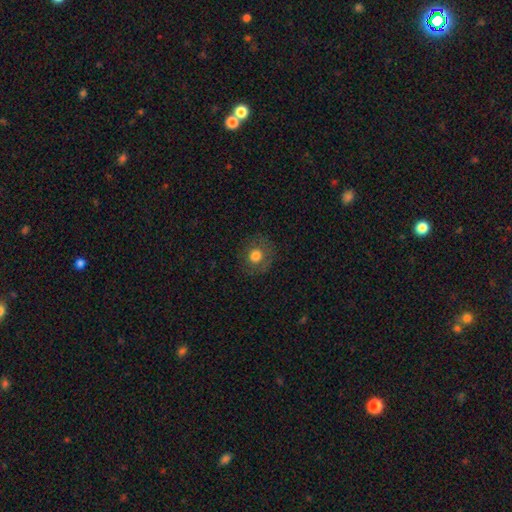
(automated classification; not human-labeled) This is likely a smooth galaxy (75%). How rounded: clearly round (85%). Merging: clearly none (83%).